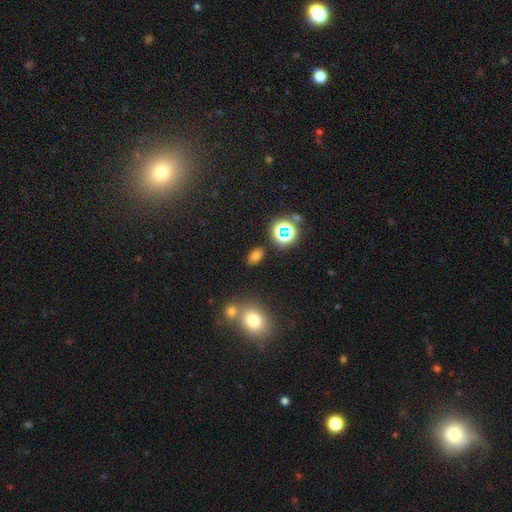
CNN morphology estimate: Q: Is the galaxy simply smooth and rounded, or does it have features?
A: smooth — 69%.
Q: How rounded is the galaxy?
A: in between — 80%.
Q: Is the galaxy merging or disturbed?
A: none — 82%.